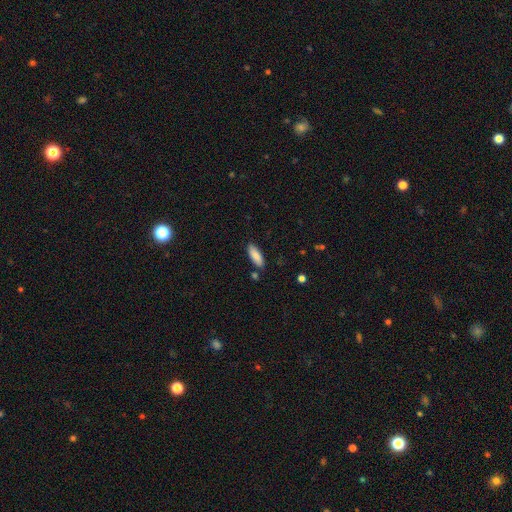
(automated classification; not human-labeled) This appears to be a smooth galaxy with no disk features (86%) that is in between round and cigar-shaped (68%). Merging: none (83%).